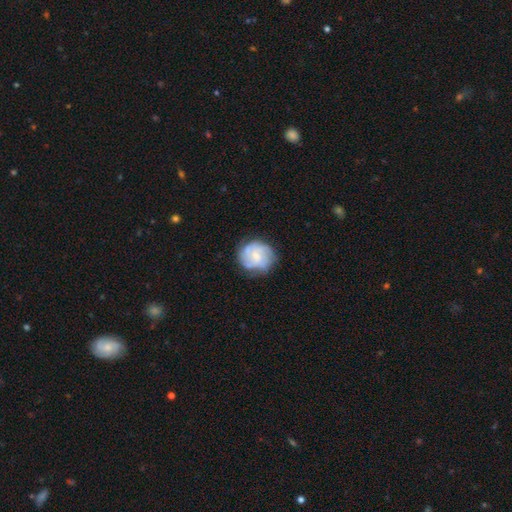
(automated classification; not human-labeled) This is possibly a featured or disk galaxy (58%). It is clearly not viewed edge-on (98%). Bar: likely no (63%). Spiral arm pattern: clearly yes (82%). Central bulge: possibly small (49%). Merging: likely none (73%).